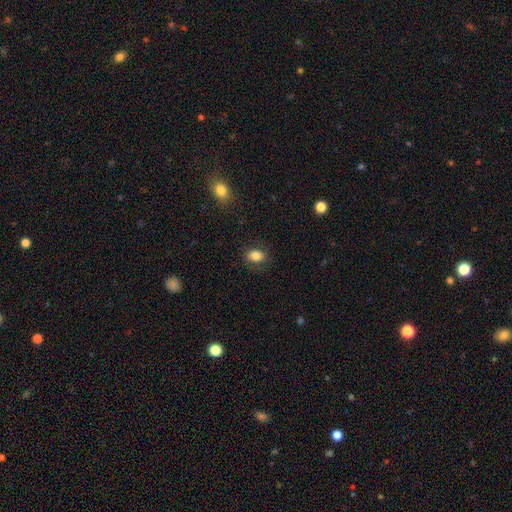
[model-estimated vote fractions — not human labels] Smooth or featured? smooth (82%)
How rounded? in between (68%)
Merging? none (82%)